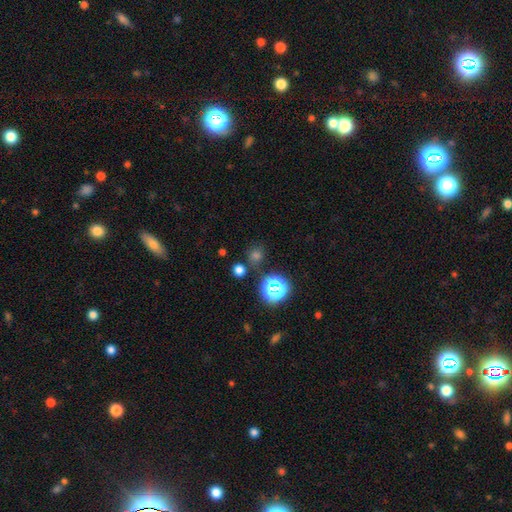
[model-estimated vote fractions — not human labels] Q: Smooth or featured?
A: smooth (51%); runner-up: star or artifact (42%)
Q: How rounded?
A: round (82%); runner-up: in between (17%)
Q: Merging?
A: none (79%); runner-up: minor disturbance (9%)